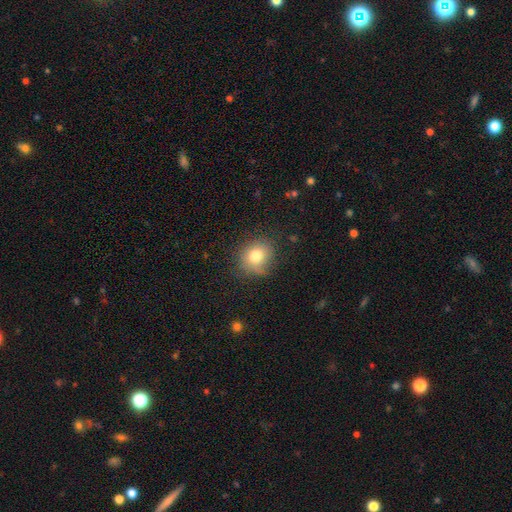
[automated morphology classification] A smooth galaxy with no disk features (76%) that is round (74%). Merging: none (75%).